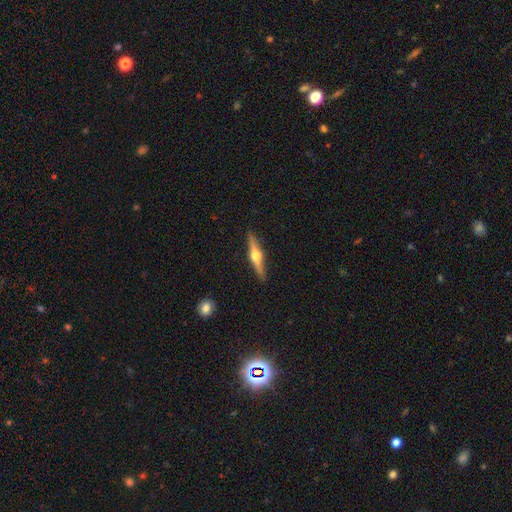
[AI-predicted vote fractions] Smooth or featured: featured or disk — 71% (smooth — 24%)
Edge-on disk: yes — 97% (no — 3%)
Edge-on bulge: rounded — 95% (boxy — 3%)
Merging: none — 89% (minor disturbance — 8%)